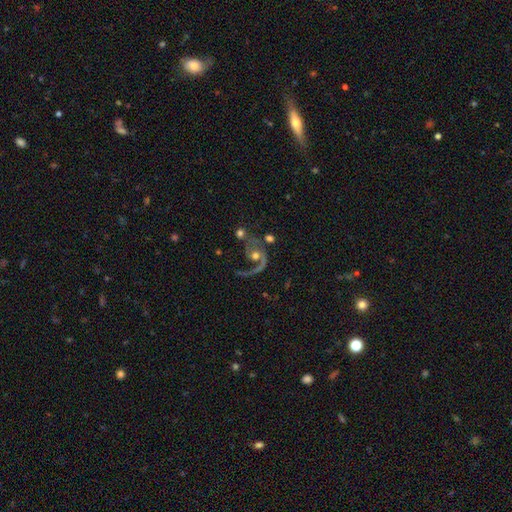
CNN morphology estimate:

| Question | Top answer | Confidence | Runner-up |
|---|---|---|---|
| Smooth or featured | featured or disk | 78% | smooth (14%) |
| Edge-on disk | no | 97% | yes (3%) |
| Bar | no | 72% | weak (21%) |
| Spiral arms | yes | 88% | no (12%) |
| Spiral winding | loose | 52% | medium (35%) |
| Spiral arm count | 1 | 64% | 2 (30%) |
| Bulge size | moderate | 65% | small (21%) |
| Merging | none | 35% | major disturbance (34%) |